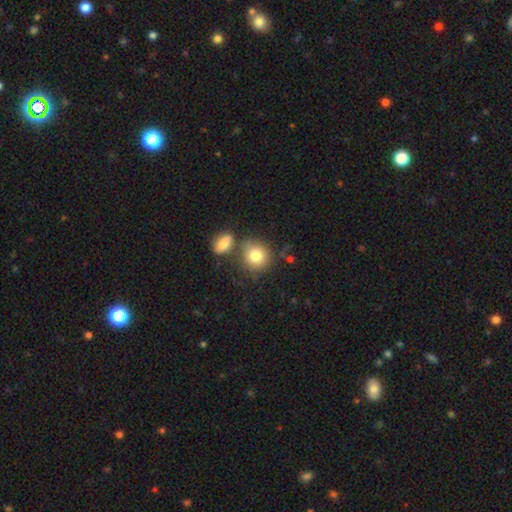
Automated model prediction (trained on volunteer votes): Smooth or featured? Predicted: smooth (p=0.81). How rounded? Predicted: round (p=0.82). Merging? Predicted: none (p=0.64).